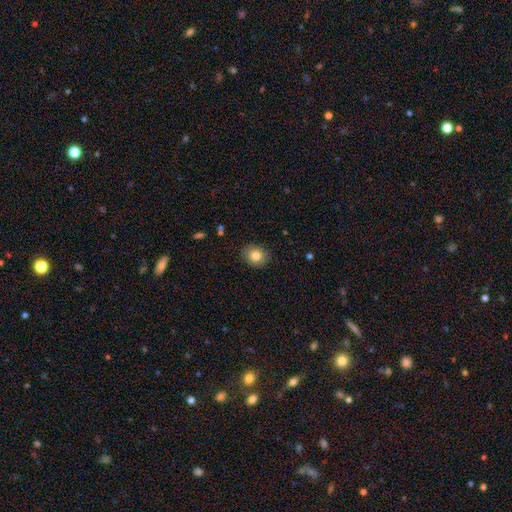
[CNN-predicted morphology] type=smooth (83%); roundness=round (60%); merging=none (86%).